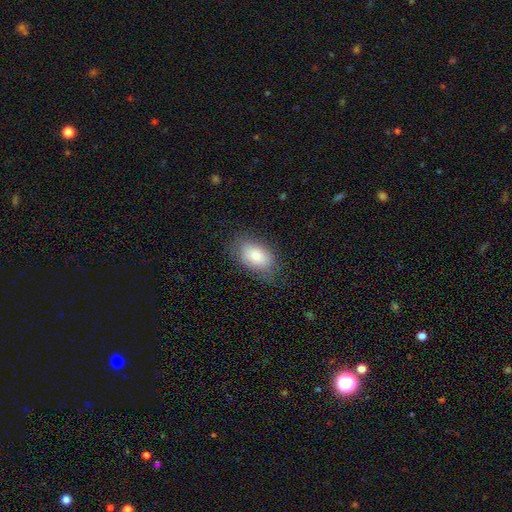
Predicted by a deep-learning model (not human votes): Smooth or featured: smooth — 78% (featured or disk — 14%)
How rounded: in between — 89% (round — 9%)
Merging: none — 76% (minor disturbance — 18%)